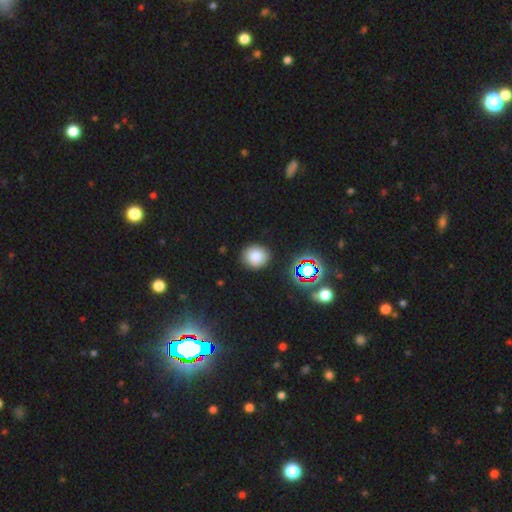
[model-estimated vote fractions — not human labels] Smooth or featured?
  - smooth: 78% *
  - star or artifact: 15%
  - featured or disk: 7%
How rounded?
  - round: 87% *
  - in between: 12%
  - cigar-shaped: 1%
Merging?
  - none: 88% *
  - minor disturbance: 8%
  - major disturbance: 2%
  - merger: 2%